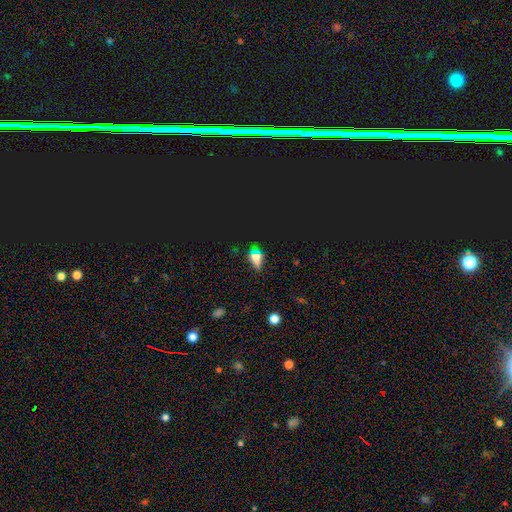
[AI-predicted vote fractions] A star or artifact, not a galaxy (51%).